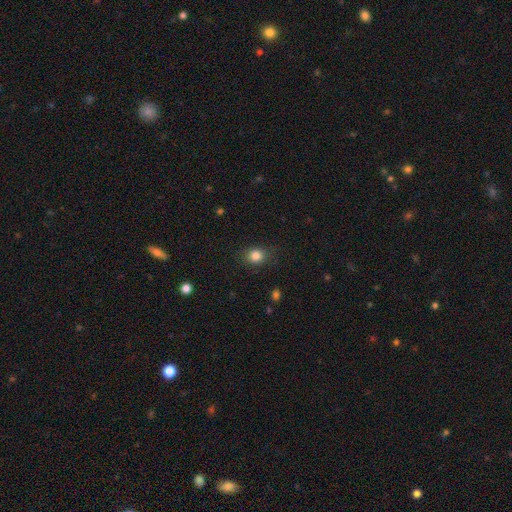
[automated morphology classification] This is clearly a smooth galaxy (84%). How rounded: likely round (66%). Merging: clearly none (83%).